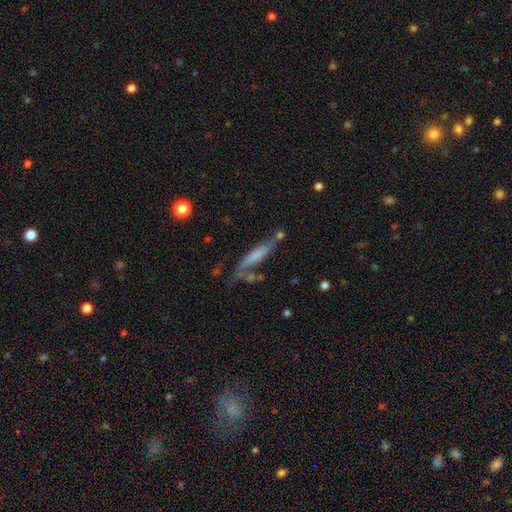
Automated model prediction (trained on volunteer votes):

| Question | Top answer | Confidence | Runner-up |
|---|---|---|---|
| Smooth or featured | smooth | 51% | featured or disk (40%) |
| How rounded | cigar-shaped | 82% | in between (16%) |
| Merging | none | 50% | minor disturbance (24%) |